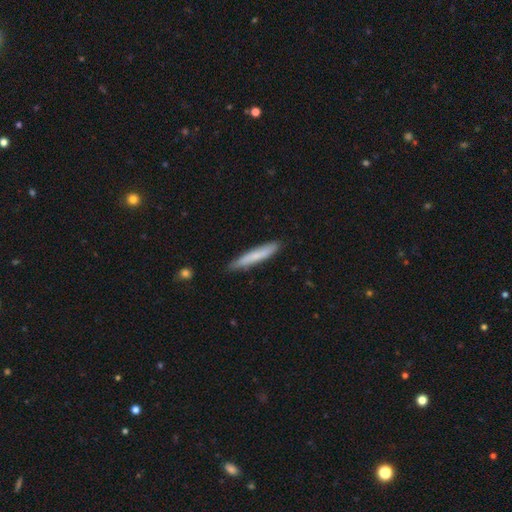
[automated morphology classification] smooth 73%, featured or disk 22%, star or artifact 6%. Down the decision tree: how rounded — cigar-shaped (93%); merging — none (86%).